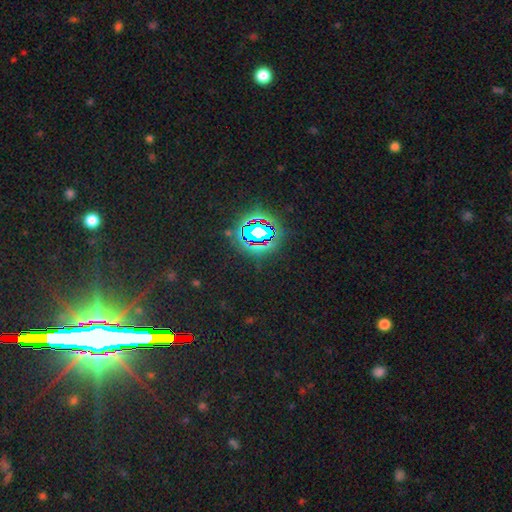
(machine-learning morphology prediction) This is likely a star or artifact rather than a galaxy (79%).